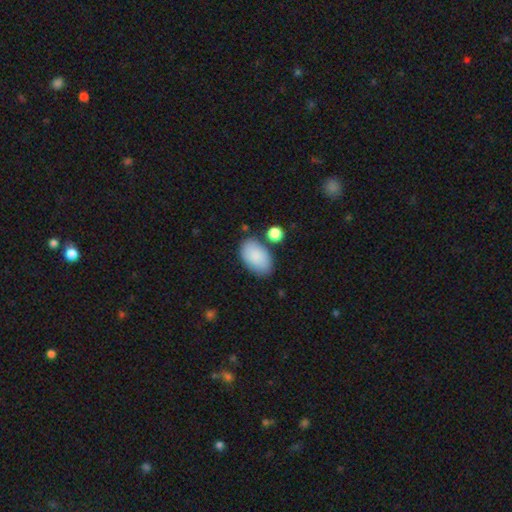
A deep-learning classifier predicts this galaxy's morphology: smooth 86%, featured or disk 8%, star or artifact 6%. Down the decision tree: how rounded — in between (94%); merging — none (73%).